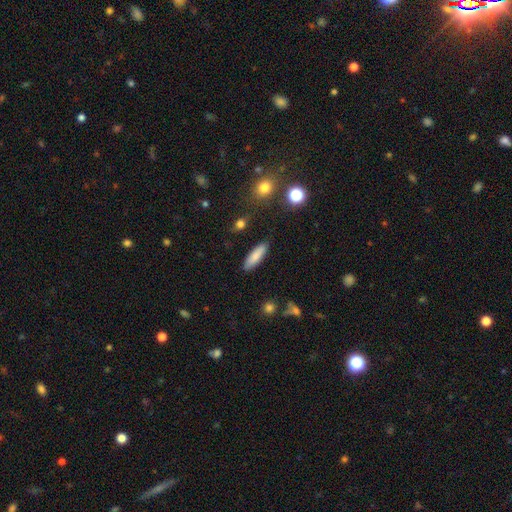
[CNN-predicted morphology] smooth 83%, featured or disk 11%, star or artifact 7%. Down the decision tree: how rounded — cigar-shaped (58%); merging — none (87%).